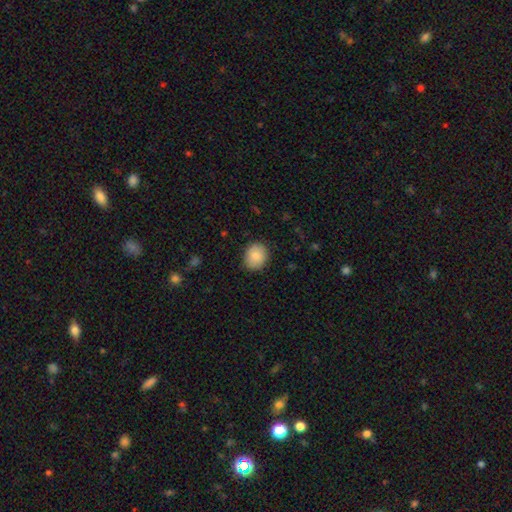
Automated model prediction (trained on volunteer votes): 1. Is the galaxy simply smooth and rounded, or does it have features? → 85% smooth, 8% featured or disk, 7% star or artifact.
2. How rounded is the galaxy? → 65% round, 34% in between, 1% cigar-shaped.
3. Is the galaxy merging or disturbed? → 85% none, 12% minor disturbance, 3% major disturbance, 1% merger.